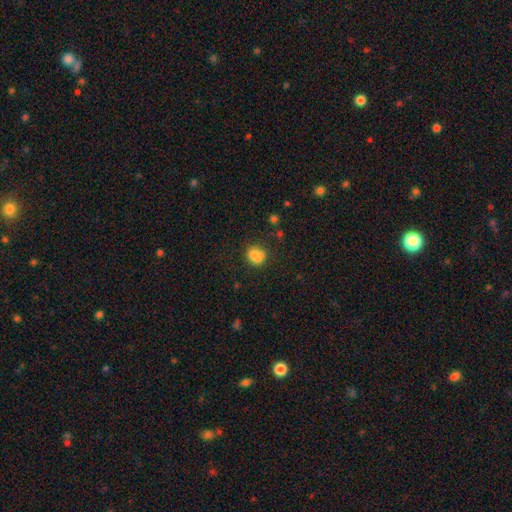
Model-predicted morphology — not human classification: smooth-or-featured: smooth: 74% | featured or disk: 15% | star or artifact: 11%
  how-rounded: round: 60% | in between: 39% | cigar-shaped: 1%
  merging: none: 42% | merger: 35% | minor disturbance: 16% | major disturbance: 7%